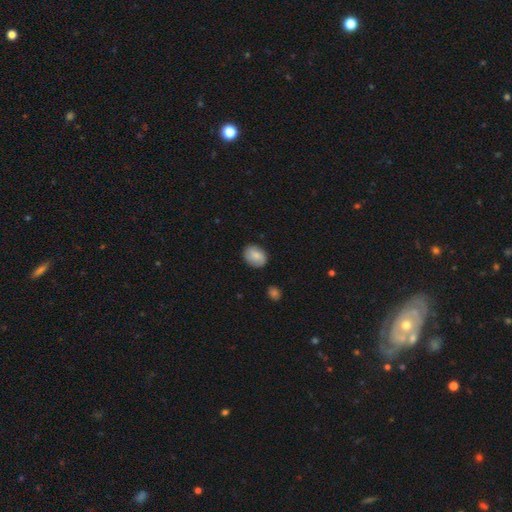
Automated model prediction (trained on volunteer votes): Smooth or featured? Predicted: smooth (p=0.82). How rounded? Predicted: in between (p=0.62). Merging? Predicted: none (p=0.83).